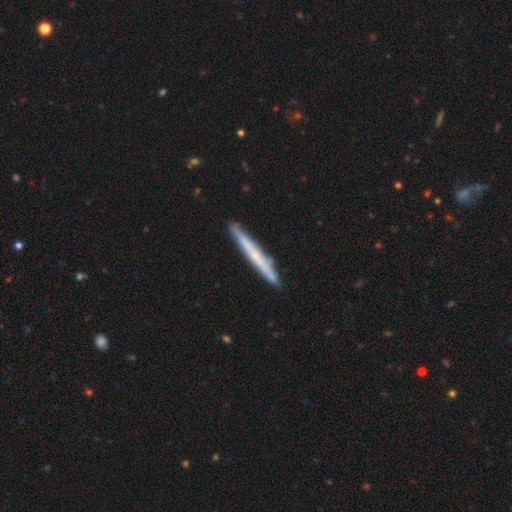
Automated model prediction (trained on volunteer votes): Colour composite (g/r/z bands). It shows a featured or disk galaxy (47%, tied with smooth). Merging: none (90%).